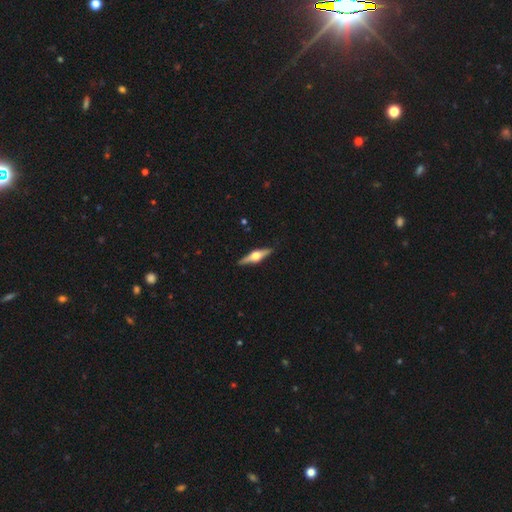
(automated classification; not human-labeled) This appears to be a featured or disk galaxy (74%) viewed edge-on (98%) with a rounded central bulge (94%). Merging: none (90%).